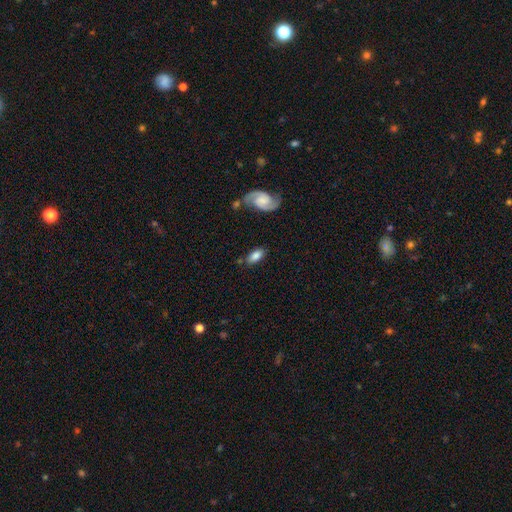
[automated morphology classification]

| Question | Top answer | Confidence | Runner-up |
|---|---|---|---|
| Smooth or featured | smooth | 72% | featured or disk (21%) |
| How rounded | in between | 89% | cigar-shaped (7%) |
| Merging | none | 75% | minor disturbance (16%) |